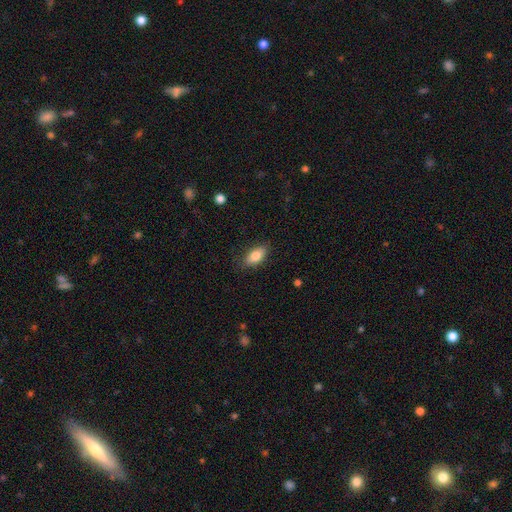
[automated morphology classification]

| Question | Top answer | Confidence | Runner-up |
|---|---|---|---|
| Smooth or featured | smooth | 83% | featured or disk (10%) |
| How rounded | in between | 89% | cigar-shaped (7%) |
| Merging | none | 84% | minor disturbance (12%) |